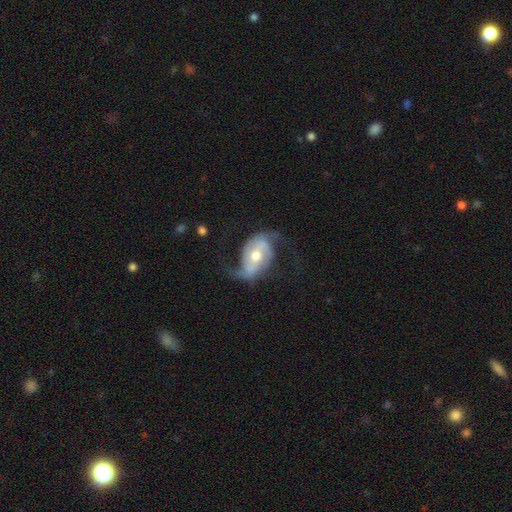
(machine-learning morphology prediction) Smooth or featured?
  - featured or disk: 84% *
  - smooth: 11%
  - star or artifact: 5%
Edge-on disk?
  - no: 96% *
  - yes: 4%
Bar?
  - no: 42% *
  - weak: 37%
  - strong: 21%
Spiral arms?
  - yes: 94% *
  - no: 6%
Spiral winding?
  - loose: 58% *
  - medium: 31%
  - tight: 10%
Spiral arm count?
  - 2: 88% *
  - can't tell: 4%
  - 1: 3%
  - 3: 2%
  - 4: 1%
  - more than 4: 1%
Bulge size?
  - moderate: 71% *
  - small: 20%
  - large: 7%
  - dominant: 1%
  - none: 1%
Merging?
  - none: 60% *
  - minor disturbance: 19%
  - major disturbance: 19%
  - merger: 2%